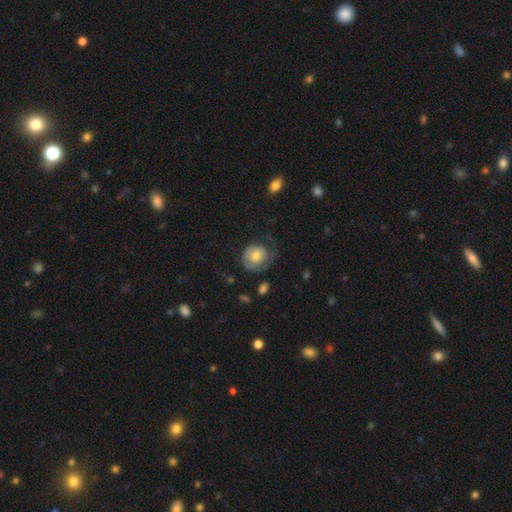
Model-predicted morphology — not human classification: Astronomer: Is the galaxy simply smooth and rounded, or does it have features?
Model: smooth — 56% (runner-up: featured or disk, 37%).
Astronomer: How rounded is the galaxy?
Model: round — 80%.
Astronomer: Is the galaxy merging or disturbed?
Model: none — 46% (runner-up: minor disturbance, 26%).